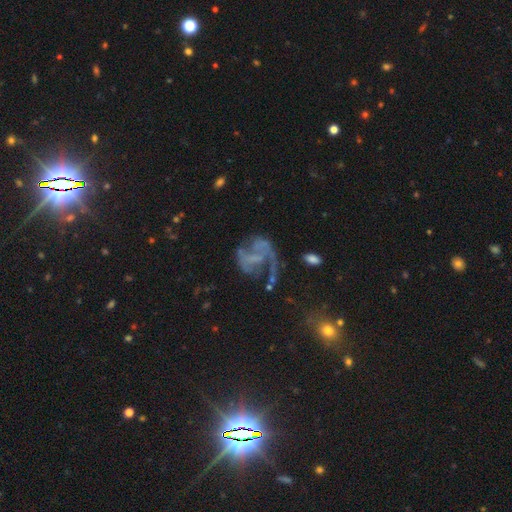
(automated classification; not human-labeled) smooth_or_featured: featured or disk (p=0.70) [alt: star or artifact p=0.15]
disk_edge_on: no (p=0.98) [alt: yes p=0.02]
bar: no (p=0.57) [alt: weak p=0.29]
has_spiral_arms: yes (p=0.73) [alt: no p=0.27]
spiral_winding: loose (p=0.42) [alt: medium p=0.39]
spiral_arm_count: 2 (p=0.45) [alt: 1 p=0.25]
bulge_size: none (p=0.69) [alt: small p=0.18]
merging: major disturbance (p=0.38) [tied with: none p=0.38]